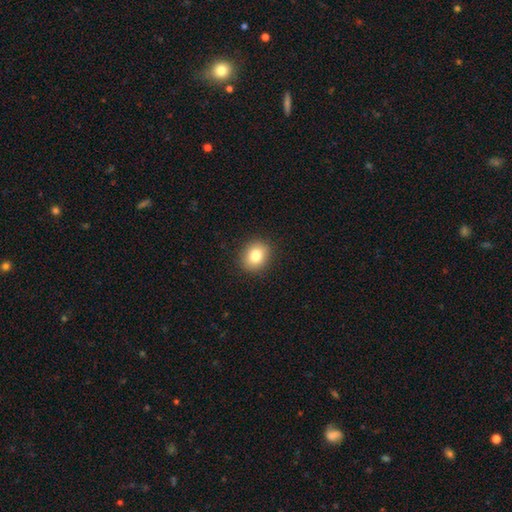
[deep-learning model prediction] This is clearly a smooth galaxy (81%). How rounded: likely round (66%). Merging: clearly none (90%).